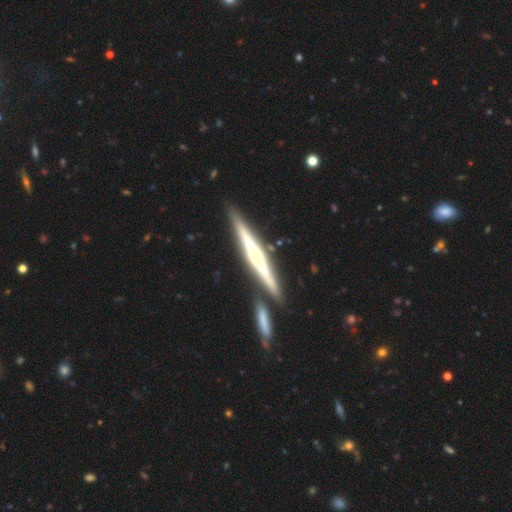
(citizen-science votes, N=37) Smooth or featured?
  - featured or disk: 78% *
  - smooth: 19%
  - star or artifact: 3%
Edge-on disk?
  - yes: 100% *
  - no: 0%
Edge-on bulge?
  - rounded: 48% *
  - boxy: 31%
  - none: 21%
Merging?
  - none: 83% *
  - minor disturbance: 8%
  - merger: 8%
  - major disturbance: 0%